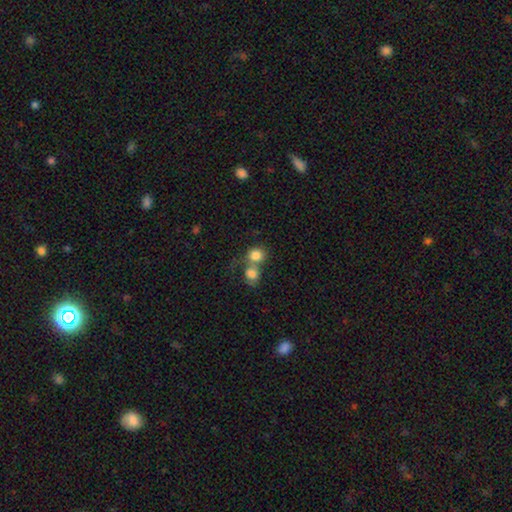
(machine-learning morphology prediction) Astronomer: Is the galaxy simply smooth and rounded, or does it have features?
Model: smooth — 81%.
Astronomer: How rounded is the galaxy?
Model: round — 77%.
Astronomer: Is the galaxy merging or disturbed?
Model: merger — 54% (runner-up: none, 34%).